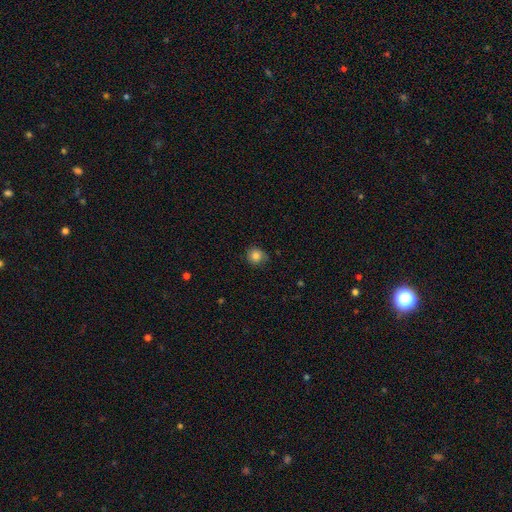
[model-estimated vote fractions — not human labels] Smooth or featured: smooth — 83% (star or artifact — 10%)
How rounded: round — 86% (in between — 13%)
Merging: none — 74% (minor disturbance — 21%)